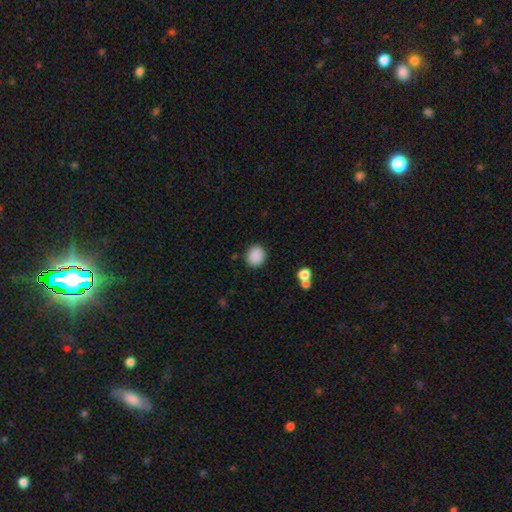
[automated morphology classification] Overall: smooth (88%). How rounded: round (76%). Merging: none (87%).